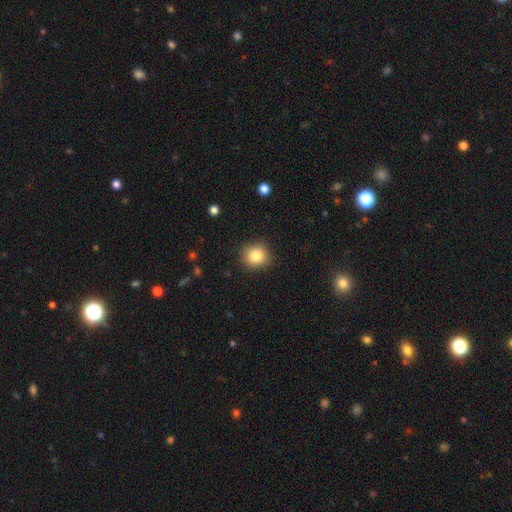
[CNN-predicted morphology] type=smooth (83%); roundness=round (86%); merging=none (88%).